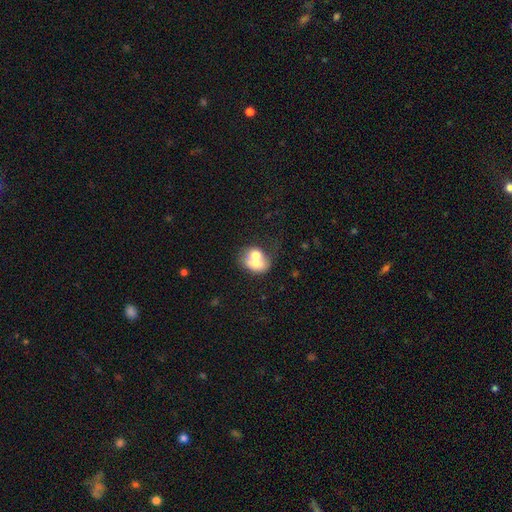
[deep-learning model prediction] This appears to be a smooth galaxy with no disk features (62%) that is round (50%). Merging: merger (68%).